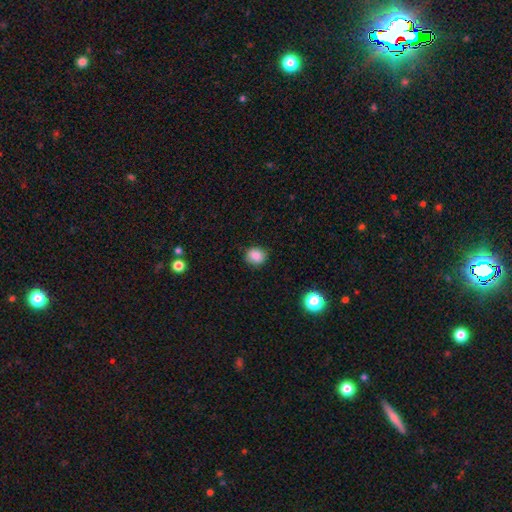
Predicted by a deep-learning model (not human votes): This appears to be a smooth galaxy with no disk features (85%) that is round (74%). Merging: none (86%).